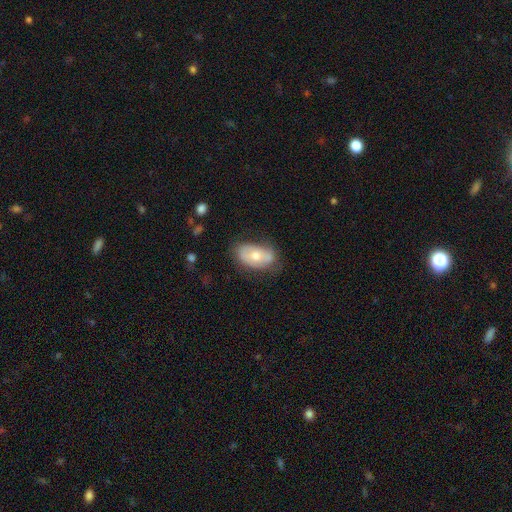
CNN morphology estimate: type=smooth (60%); roundness=in between (92%); merging=none (59%).